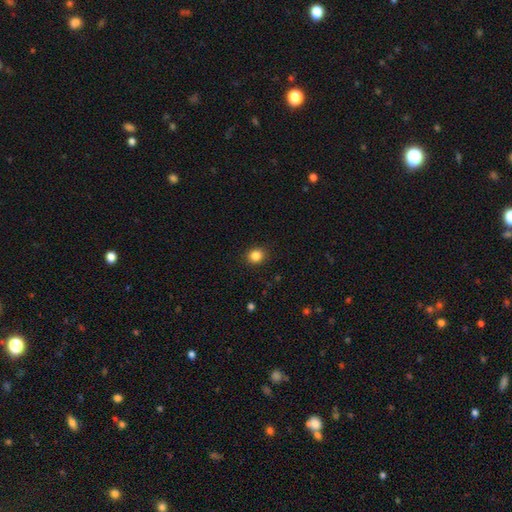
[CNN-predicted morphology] Smooth or featured? Predicted: smooth (p=0.85). How rounded? Predicted: round (p=0.79). Merging? Predicted: none (p=0.90).